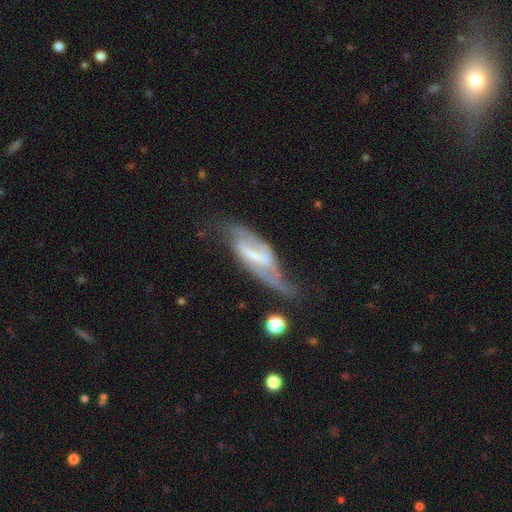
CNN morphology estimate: Q: Smooth or featured?
A: featured or disk (83%); runner-up: smooth (10%)
Q: Edge-on disk?
A: no (88%); runner-up: yes (12%)
Q: Bar?
A: strong (56%); runner-up: weak (34%)
Q: Spiral arms?
A: yes (91%); runner-up: no (9%)
Q: Spiral winding?
A: medium (43%); runner-up: loose (39%)
Q: Spiral arm count?
A: 2 (86%); runner-up: can't tell (7%)
Q: Bulge size?
A: small (48%); runner-up: none (25%)
Q: Merging?
A: none (55%); runner-up: minor disturbance (23%)